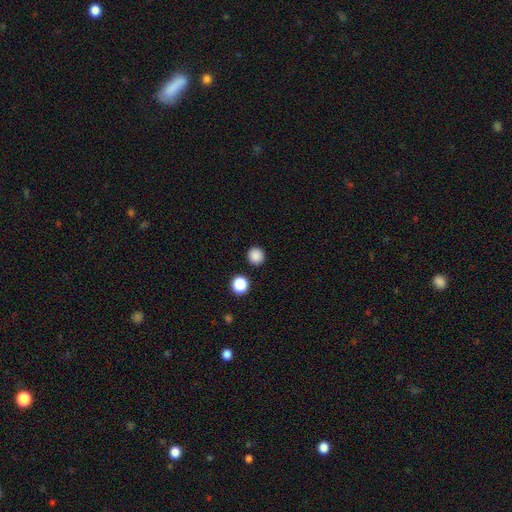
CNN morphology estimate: The model was most divided on "smooth or featured": smooth: 86%, star or artifact: 11%, featured or disk: 3%. More confident: how rounded — round (94%); merging — none (91%).